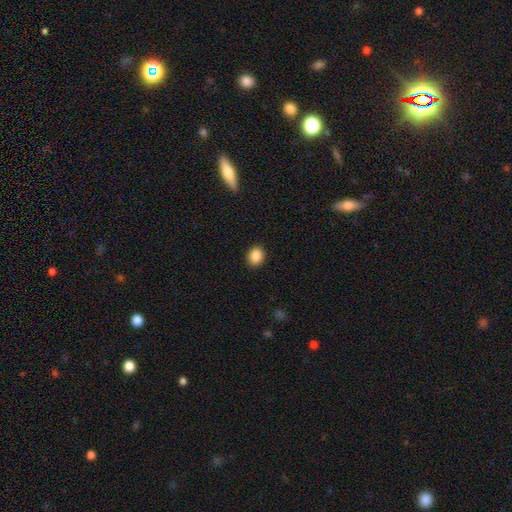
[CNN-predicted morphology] Smooth or featured?
  - smooth: 88% *
  - star or artifact: 9%
  - featured or disk: 3%
How rounded?
  - round: 68% *
  - in between: 31%
  - cigar-shaped: 1%
Merging?
  - none: 91% *
  - minor disturbance: 6%
  - major disturbance: 2%
  - merger: 1%